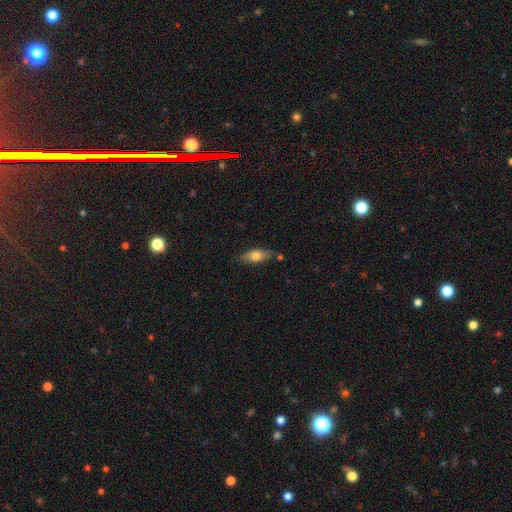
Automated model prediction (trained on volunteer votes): This is likely a smooth galaxy (64%). How rounded: likely in between (70%). Merging: likely none (76%).